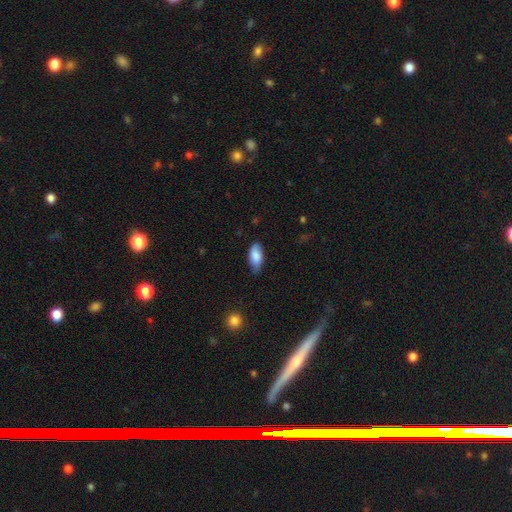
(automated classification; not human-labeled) Smooth or featured?
  - smooth: 81% *
  - featured or disk: 12%
  - star or artifact: 6%
How rounded?
  - in between: 90% *
  - cigar-shaped: 8%
  - round: 3%
Merging?
  - none: 69% *
  - minor disturbance: 26%
  - major disturbance: 4%
  - merger: 1%